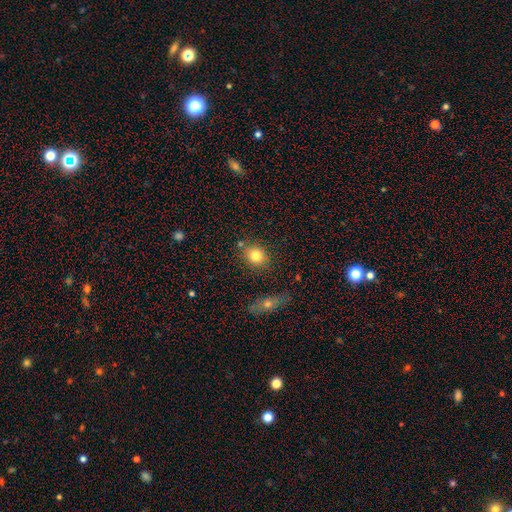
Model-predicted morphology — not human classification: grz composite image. It shows a smooth galaxy with no disk features (80%) that is round (67%). Merging: none (77%).